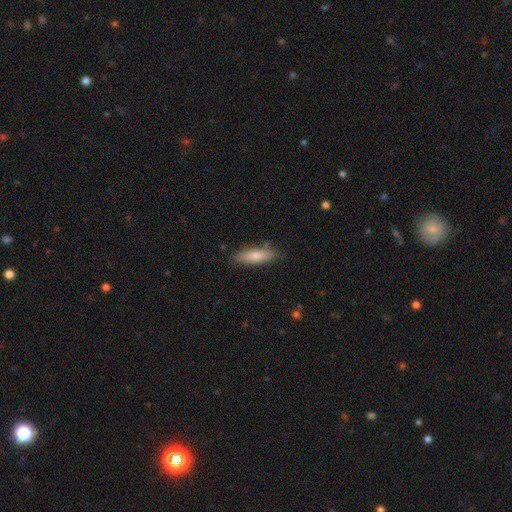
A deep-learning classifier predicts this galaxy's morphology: smooth-or-featured: smooth: 76% | featured or disk: 18% | star or artifact: 6%
  how-rounded: cigar-shaped: 52% | in between: 46% | round: 2%
  merging: none: 82% | minor disturbance: 13% | major disturbance: 2% | merger: 2%